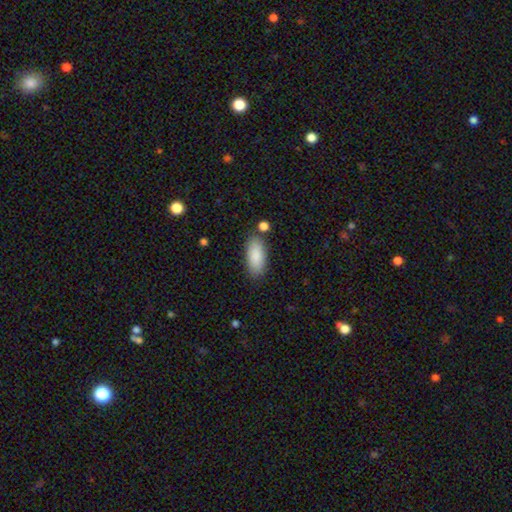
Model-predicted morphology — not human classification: Smooth or featured? smooth (88%)
How rounded? in between (87%)
Merging? none (80%)